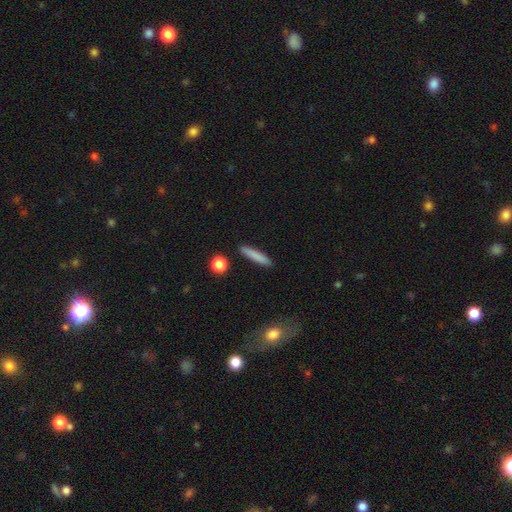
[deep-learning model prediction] A smooth galaxy with no disk features (82%) that is cigar-shaped (89%).

Vote fractions:
- Smooth or featured? smooth: 82% / featured or disk: 11% / star or artifact: 7%
- How rounded? cigar-shaped: 89% / in between: 10% / round: 2%
- Merging? none: 88% / minor disturbance: 8% / merger: 2% / major disturbance: 2%